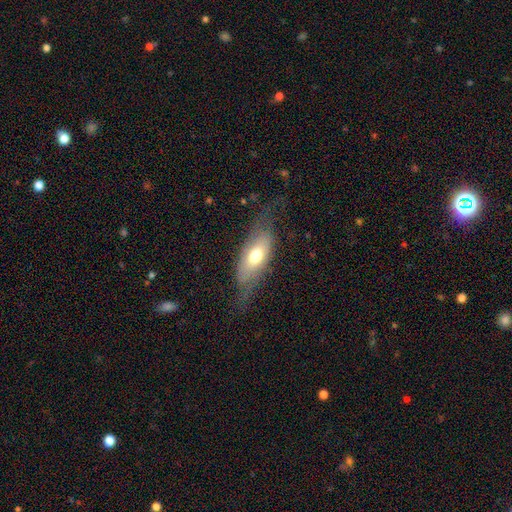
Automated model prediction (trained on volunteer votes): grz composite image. It shows a smooth galaxy with no disk features (52%) that is in between round and cigar-shaped (79%). Merging: none (57%).